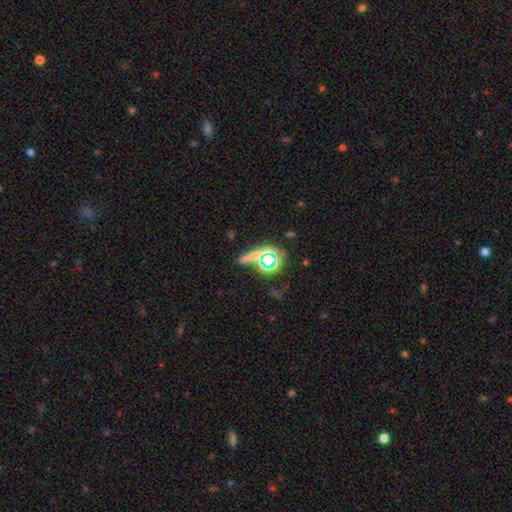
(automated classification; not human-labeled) This appears to be a star or artifact, not a galaxy (50%).